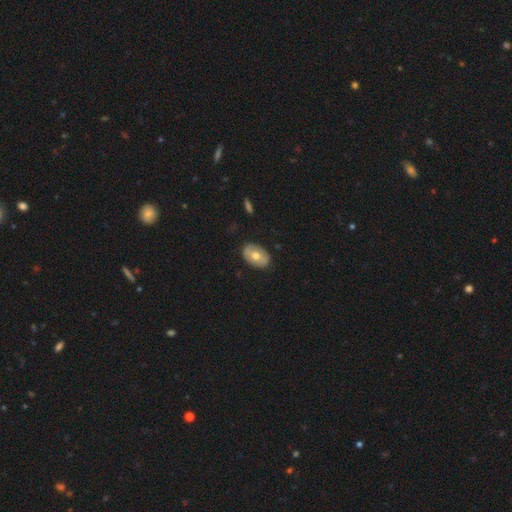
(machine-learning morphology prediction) Smooth or featured: smooth — 58% (featured or disk — 36%)
How rounded: in between — 85% (round — 14%)
Merging: none — 85% (minor disturbance — 12%)